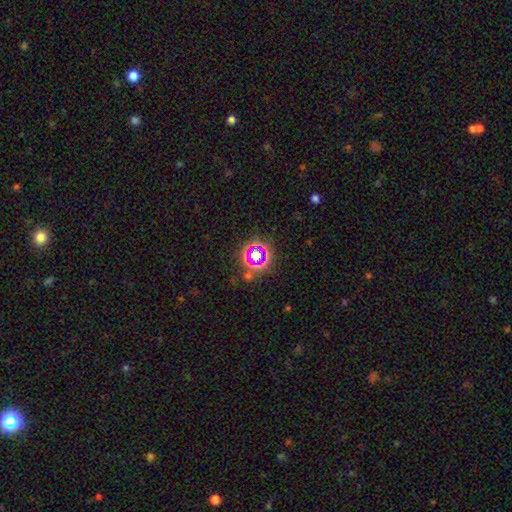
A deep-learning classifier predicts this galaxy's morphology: smooth_or_featured: star or artifact (p=0.65) [alt: smooth p=0.23]